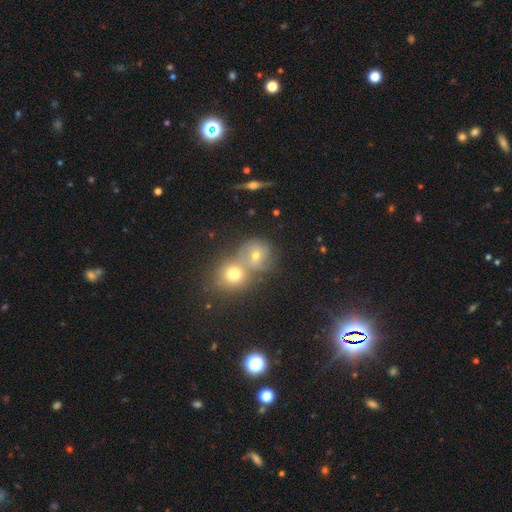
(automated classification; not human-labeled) This is possibly a smooth galaxy (55%). How rounded: clearly round (81%). Merging: possibly merger (48%).